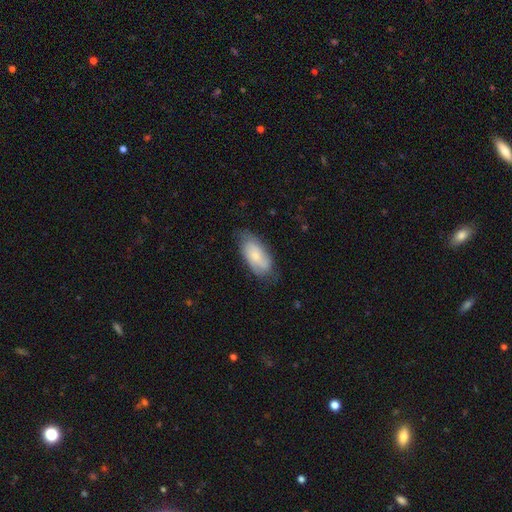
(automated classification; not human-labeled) The model was most divided on "smooth or featured": smooth: 57%, featured or disk: 36%, star or artifact: 7%. More confident: how rounded — in between (90%); merging — none (69%).